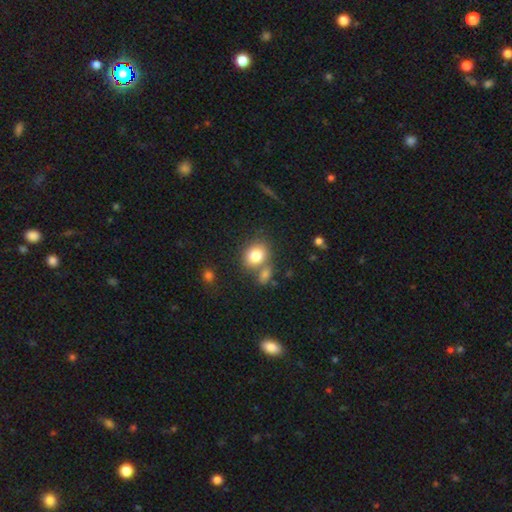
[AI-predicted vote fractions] Smooth or featured? Predicted: smooth (p=0.81). How rounded? Predicted: round (p=0.53). Merging? Predicted: none (p=0.54).